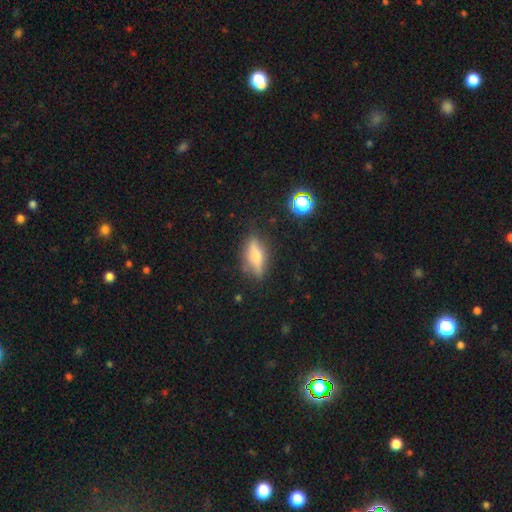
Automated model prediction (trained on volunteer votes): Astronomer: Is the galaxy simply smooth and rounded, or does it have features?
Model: smooth — 48% (runner-up: featured or disk, 43%).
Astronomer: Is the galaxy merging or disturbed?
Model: none — 78%.